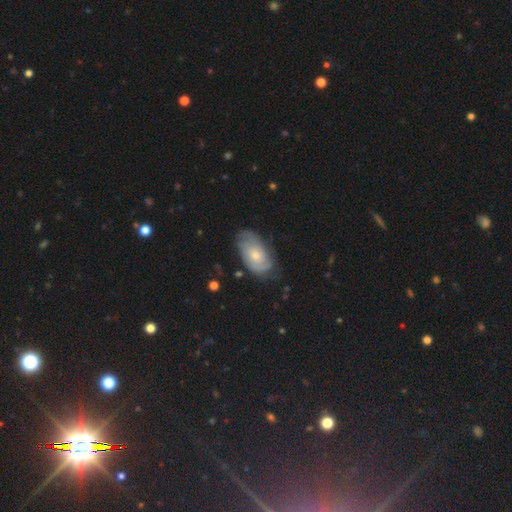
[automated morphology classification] This is likely a featured or disk galaxy (69%). It is clearly not viewed edge-on (95%). Bar: likely no (77%). Spiral arm pattern: clearly yes (88%). Spiral arm count: marginally can't tell (41%). Spiral winding: possibly tight (59%). Central bulge: possibly small (48%). Merging: likely none (67%).